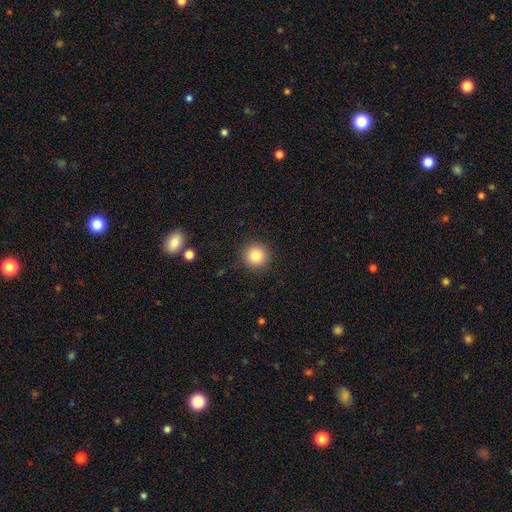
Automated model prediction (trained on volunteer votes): Smooth or featured: smooth — 84% (star or artifact — 10%)
How rounded: round — 95% (in between — 4%)
Merging: none — 91% (minor disturbance — 6%)